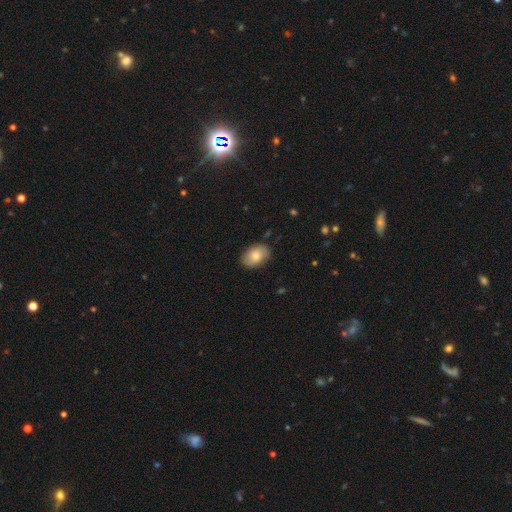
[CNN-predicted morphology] smooth 77%, featured or disk 16%, star or artifact 7%. Down the decision tree: how rounded — in between (85%); merging — none (85%).